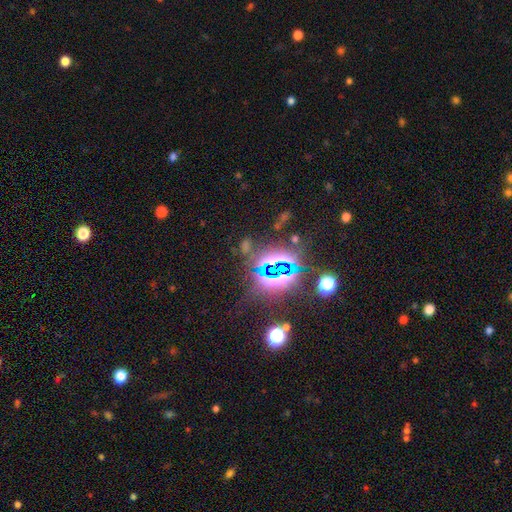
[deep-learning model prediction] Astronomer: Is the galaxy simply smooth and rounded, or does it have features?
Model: star or artifact — 83%.